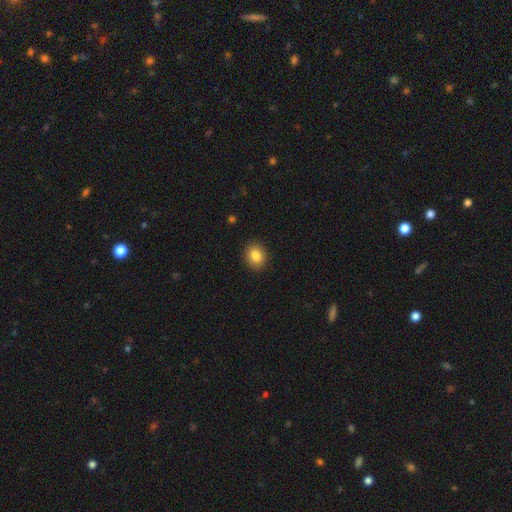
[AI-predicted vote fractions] Smooth or featured? smooth (85%)
How rounded? round (53%)
Merging? none (90%)